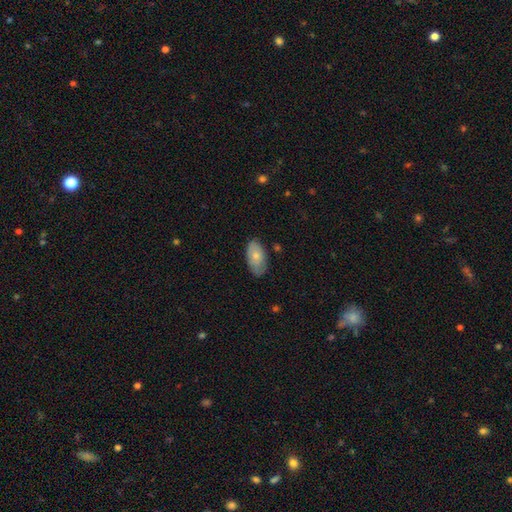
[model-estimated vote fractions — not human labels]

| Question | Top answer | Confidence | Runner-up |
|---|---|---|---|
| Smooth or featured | smooth | 72% | featured or disk (21%) |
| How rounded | in between | 93% | round (4%) |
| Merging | none | 71% | minor disturbance (23%) |